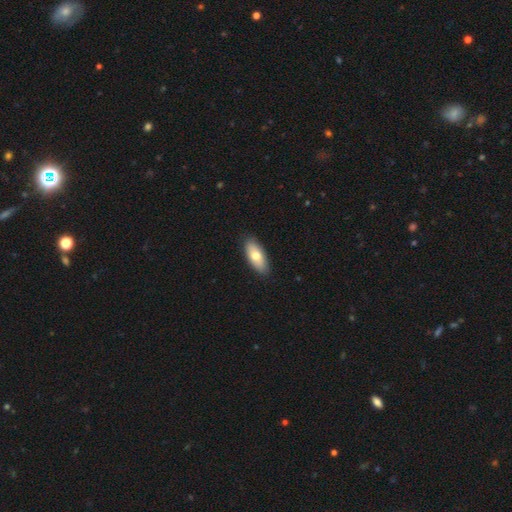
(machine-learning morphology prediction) Q: Smooth or featured?
A: smooth (72%); runner-up: featured or disk (22%)
Q: How rounded?
A: in between (81%); runner-up: cigar-shaped (16%)
Q: Merging?
A: none (88%); runner-up: minor disturbance (9%)